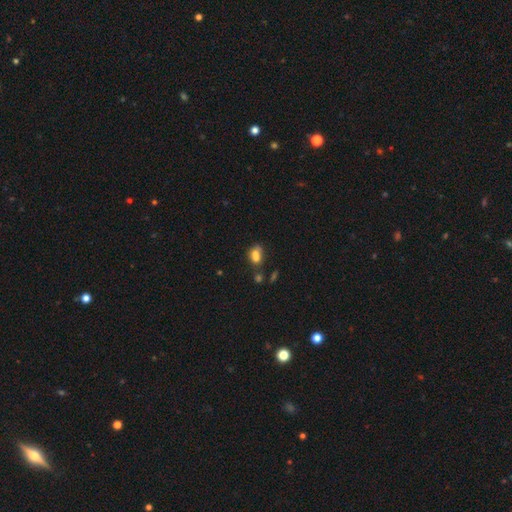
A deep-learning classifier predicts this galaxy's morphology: This is likely a smooth galaxy (71%). How rounded: likely in between (64%). Merging: possibly merger (45%).